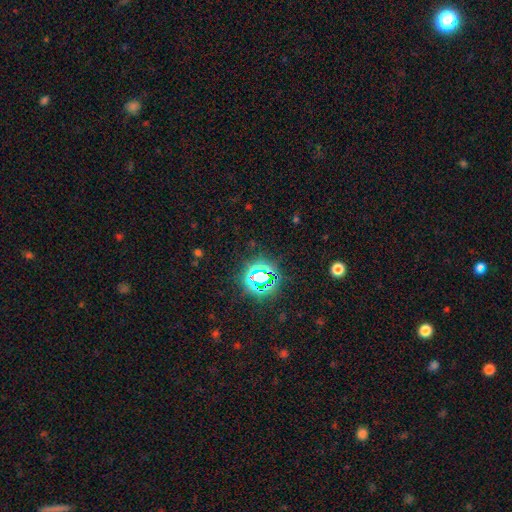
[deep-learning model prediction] Morphology: type=star or artifact (76%).